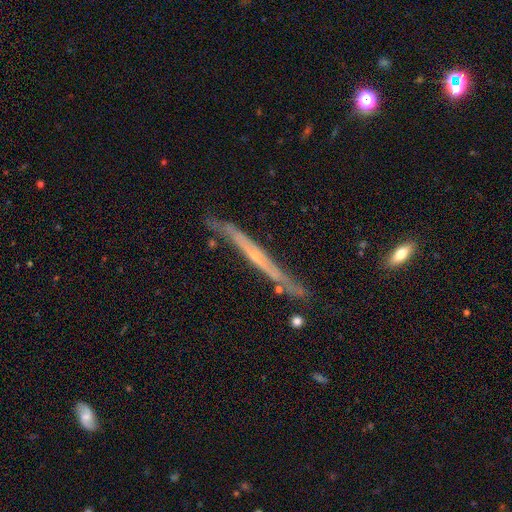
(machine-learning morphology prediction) Smooth or featured? featured or disk (74%)
Edge-on disk? yes (91%)
Edge-on bulge? none (56%)
Merging? none (69%)